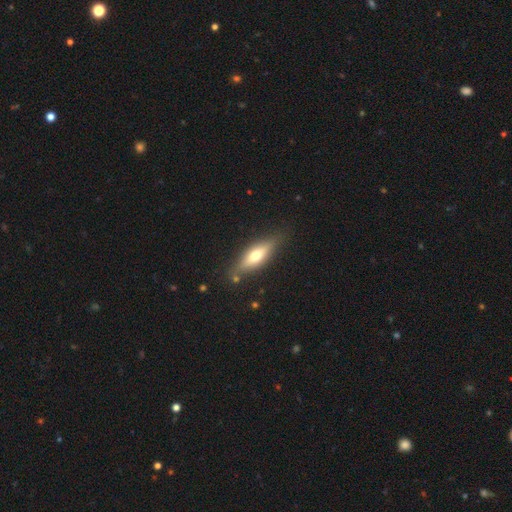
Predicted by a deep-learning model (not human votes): Smooth or featured? smooth (50%)
Merging? none (80%)